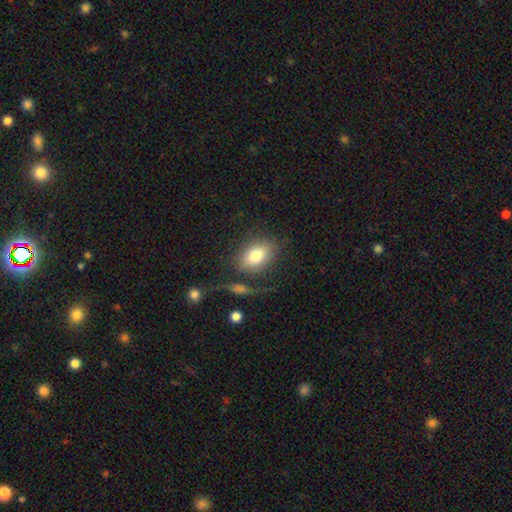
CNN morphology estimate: The model was most divided on "merging": none: 65%, minor disturbance: 16%, major disturbance: 11%, merger: 7%. More confident: smooth or featured — smooth (79%); how rounded — in between (78%).